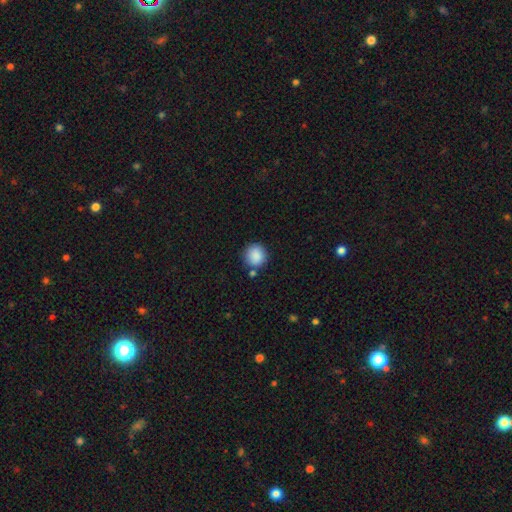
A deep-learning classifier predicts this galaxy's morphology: Smooth or featured: smooth — 88% (star or artifact — 8%)
How rounded: round — 89% (in between — 10%)
Merging: none — 79% (minor disturbance — 11%)